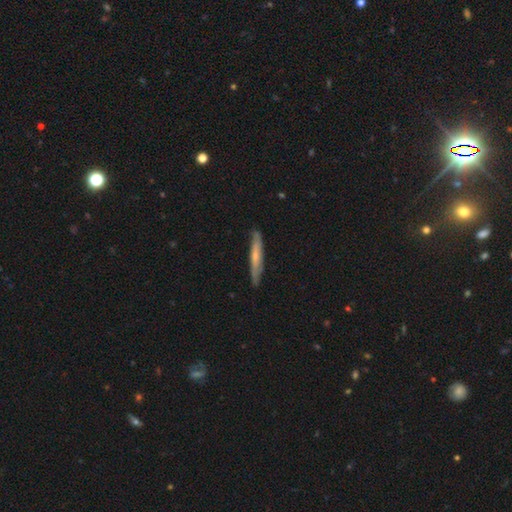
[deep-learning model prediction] A smooth galaxy with no disk features (48%). Merging: none (84%).